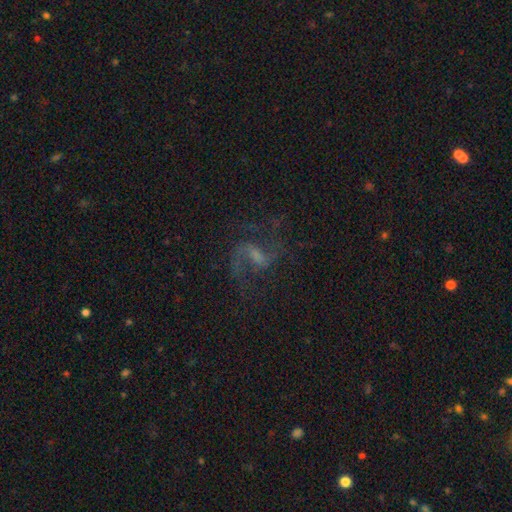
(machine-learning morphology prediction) featured or disk 80%, star or artifact 11%, smooth 9%. Down the decision tree: edge-on disk — no (97%); bar — weak (54%); spiral arms — yes (93%); spiral arm count — 2 (85%); spiral winding — loose (51%); bulge size — small (36%); merging — none (65%).